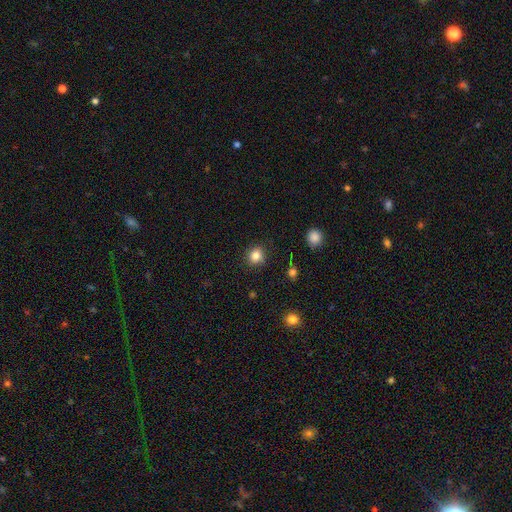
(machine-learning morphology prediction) type=smooth (83%); roundness=round (81%); merging=none (86%).